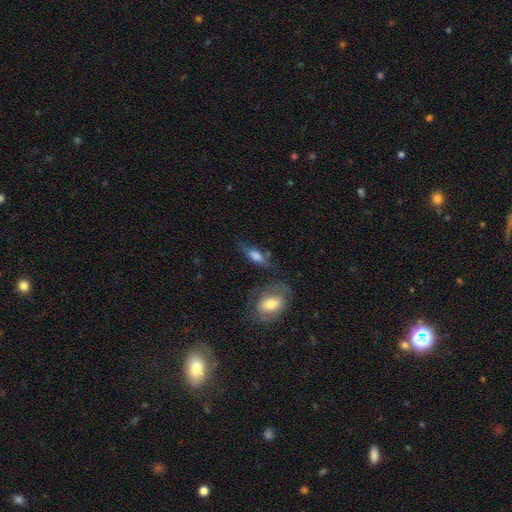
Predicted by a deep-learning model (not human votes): Smooth or featured? Predicted: smooth (p=0.65). How rounded? Predicted: in between (p=0.70). Merging? Predicted: none (p=0.55).